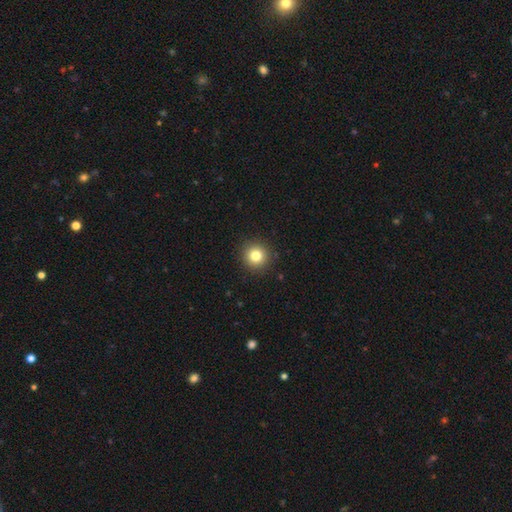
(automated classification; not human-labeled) Smooth or featured: smooth — 81% (star or artifact — 12%)
How rounded: round — 94% (in between — 5%)
Merging: none — 91% (minor disturbance — 6%)